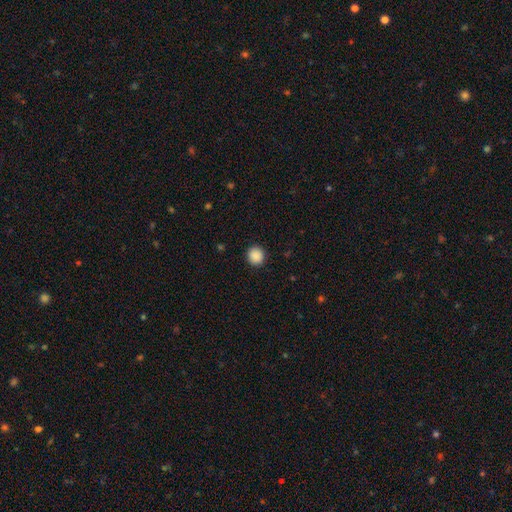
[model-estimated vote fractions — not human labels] Smooth or featured?
  - smooth: 89% *
  - star or artifact: 9%
  - featured or disk: 2%
How rounded?
  - round: 89% *
  - in between: 10%
  - cigar-shaped: 1%
Merging?
  - none: 92% *
  - minor disturbance: 6%
  - major disturbance: 2%
  - merger: 1%